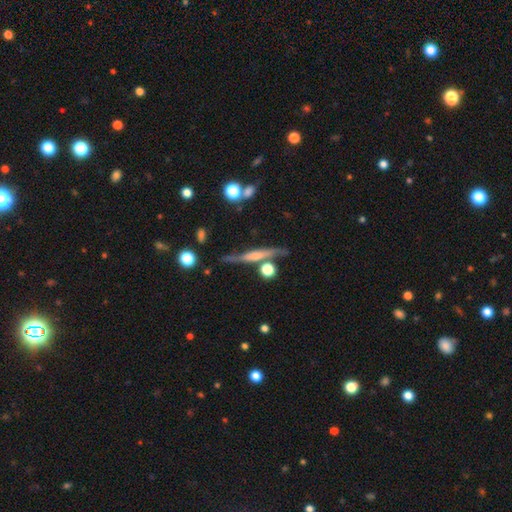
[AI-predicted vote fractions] Smooth or featured? featured or disk (69%)
Edge-on disk? yes (93%)
Edge-on bulge? rounded (47%)
Merging? none (74%)